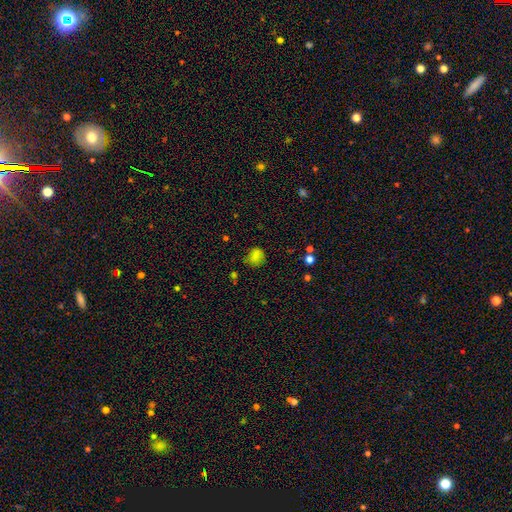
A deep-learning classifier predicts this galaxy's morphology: Smooth or featured: smooth — 78% (star or artifact — 15%)
How rounded: round — 57% (in between — 42%)
Merging: none — 68% (minor disturbance — 22%)